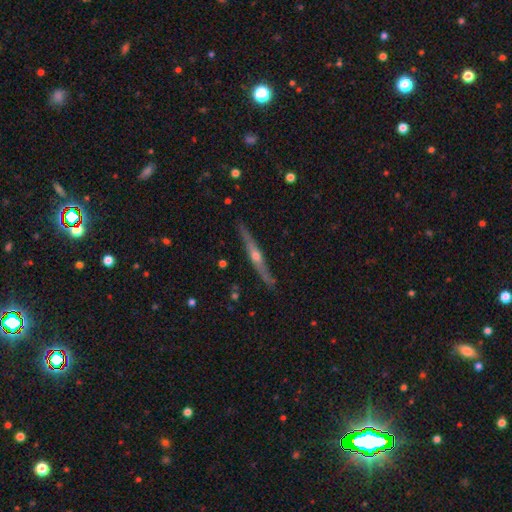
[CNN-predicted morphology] smooth_or_featured: featured or disk (p=0.79) [alt: smooth p=0.15]
disk_edge_on: yes (p=0.97) [alt: no p=0.03]
edge_on_bulge: rounded (p=0.88) [alt: none p=0.09]
merging: none (p=0.88) [alt: minor disturbance p=0.09]